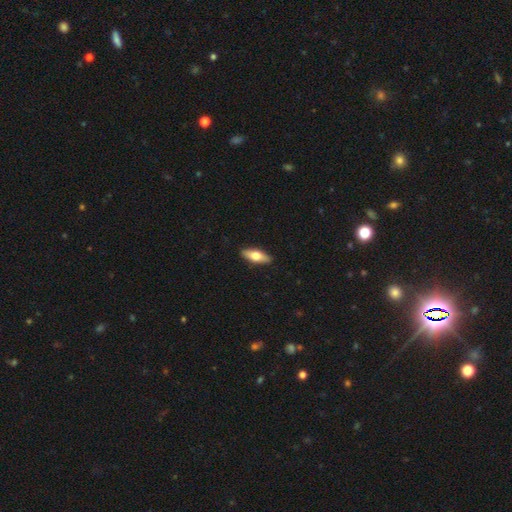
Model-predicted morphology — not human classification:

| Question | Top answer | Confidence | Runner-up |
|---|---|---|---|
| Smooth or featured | smooth | 62% | featured or disk (33%) |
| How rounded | in between | 65% | cigar-shaped (33%) |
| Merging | none | 90% | minor disturbance (8%) |